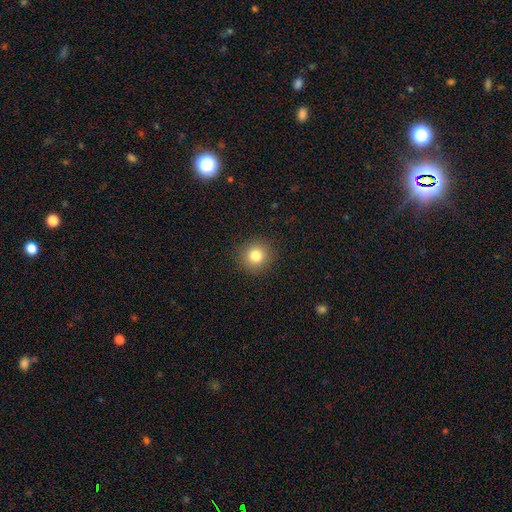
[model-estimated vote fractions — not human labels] Morphology: type=smooth (82%); roundness=round (93%); merging=none (91%).